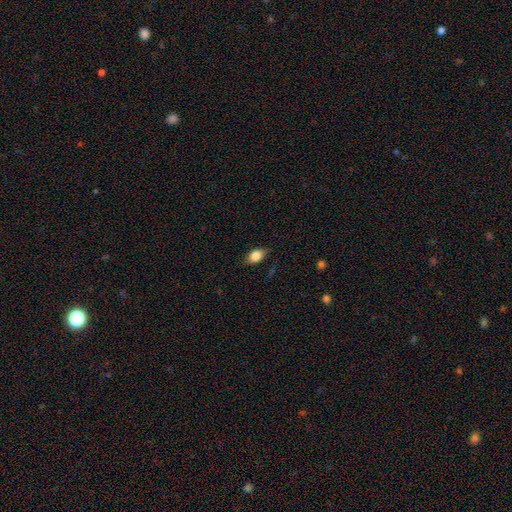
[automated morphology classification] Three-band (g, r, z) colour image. It shows a smooth galaxy with no disk features (83%) that is in between round and cigar-shaped (86%). Merging: none (79%).